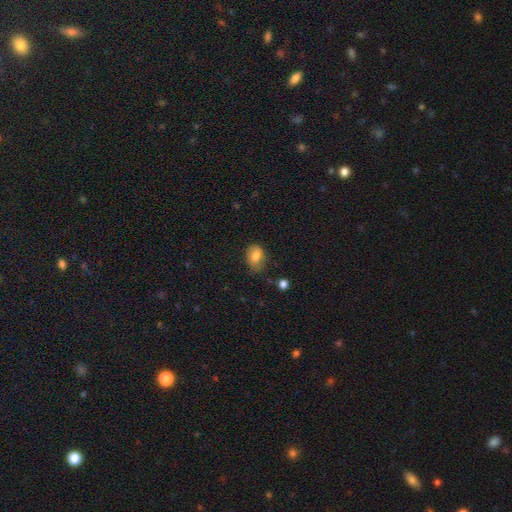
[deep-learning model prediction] This is likely a smooth galaxy (79%). How rounded: likely in between (73%). Merging: likely none (60%).